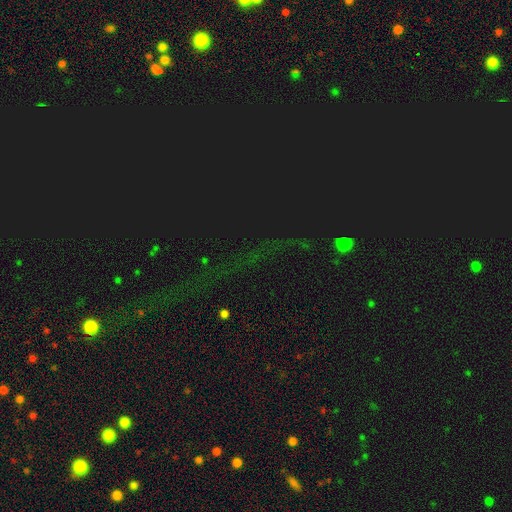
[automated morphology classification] smooth-or-featured: star or artifact: 79% | smooth: 13% | featured or disk: 8%